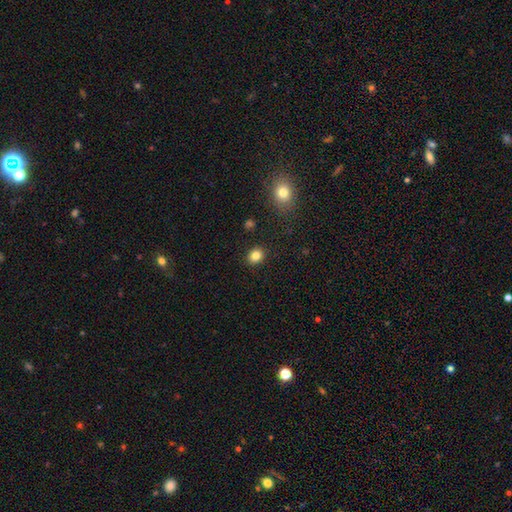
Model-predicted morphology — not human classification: Smooth or featured?
  - smooth: 83% *
  - star or artifact: 11%
  - featured or disk: 6%
How rounded?
  - round: 60% *
  - in between: 39%
  - cigar-shaped: 1%
Merging?
  - none: 89% *
  - minor disturbance: 7%
  - major disturbance: 2%
  - merger: 2%